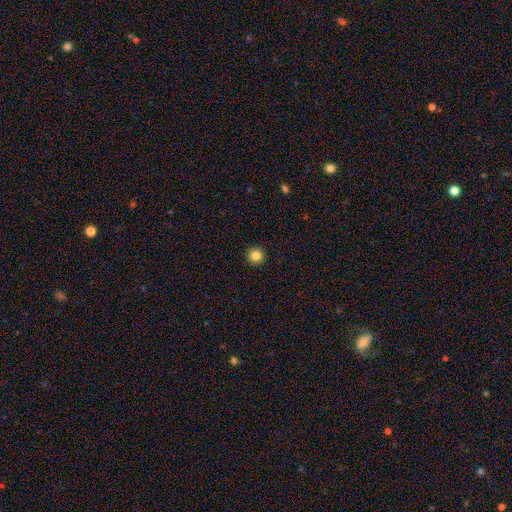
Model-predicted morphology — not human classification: smooth-or-featured: smooth: 84% | star or artifact: 11% | featured or disk: 5%
  how-rounded: round: 96% | in between: 3% | cigar-shaped: 1%
  merging: none: 93% | minor disturbance: 4% | major disturbance: 1% | merger: 1%